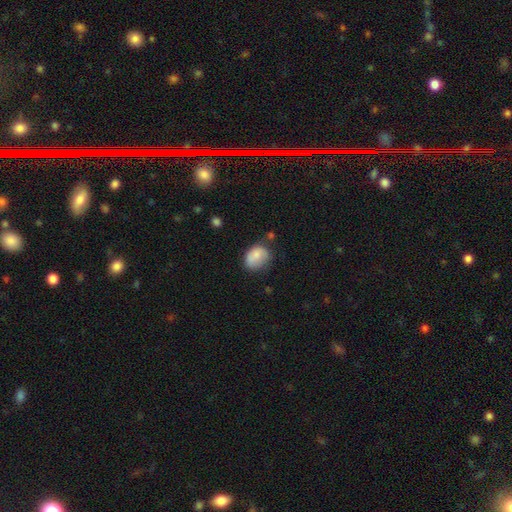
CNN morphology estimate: A smooth galaxy with no disk features (79%) that is in between round and cigar-shaped (61%).

Vote fractions:
- Smooth or featured? smooth: 79% / featured or disk: 13% / star or artifact: 8%
- How rounded? in between: 61% / round: 38% / cigar-shaped: 1%
- Merging? none: 51% / minor disturbance: 34% / major disturbance: 11% / merger: 5%